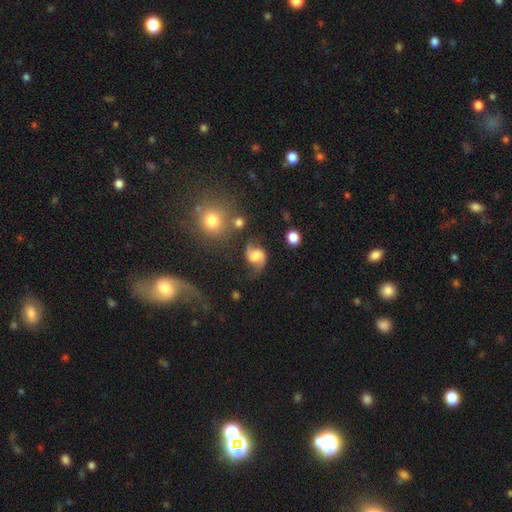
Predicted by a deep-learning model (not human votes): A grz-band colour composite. It shows a featured or disk galaxy (79%) with no bar (50%), 2 (92%) loose (57%) spiral arms (96%) and a moderate central bulge (41%). Merging: none (68%).